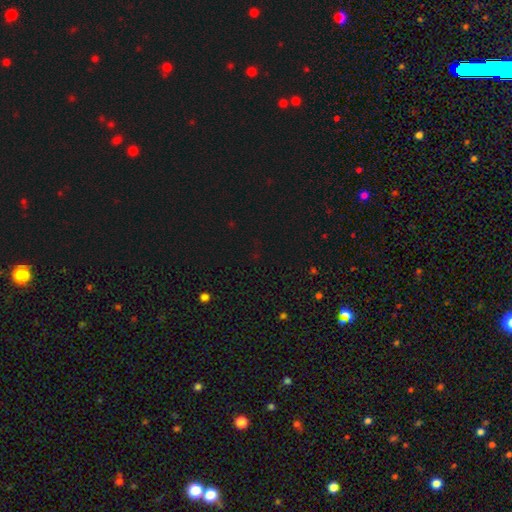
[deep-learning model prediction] A star or artifact, not a galaxy (69%).

Vote fractions:
- Smooth or featured? star or artifact: 69% / smooth: 24% / featured or disk: 7%